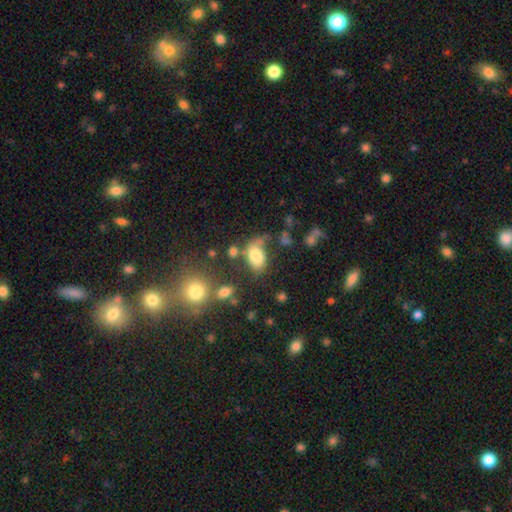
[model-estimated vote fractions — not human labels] A smooth galaxy with no disk features (77%) that is in between round and cigar-shaped (87%). Merging: none (47%).